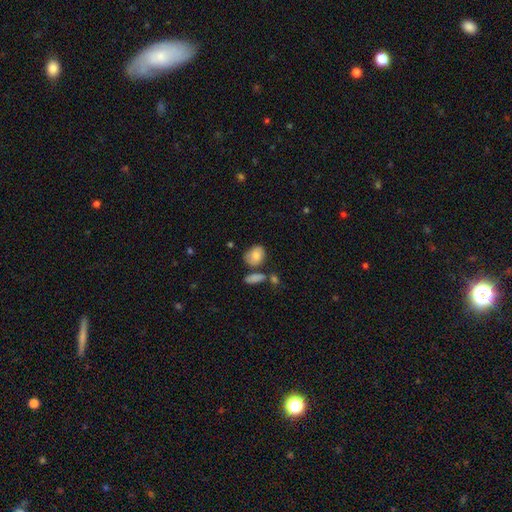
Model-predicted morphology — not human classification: A smooth galaxy with no disk features (80%) that is in between round and cigar-shaped (64%).

Vote fractions:
- Smooth or featured? smooth: 80% / featured or disk: 12% / star or artifact: 7%
- How rounded? in between: 64% / round: 34% / cigar-shaped: 2%
- Merging? none: 59% / minor disturbance: 21% / merger: 14% / major disturbance: 6%